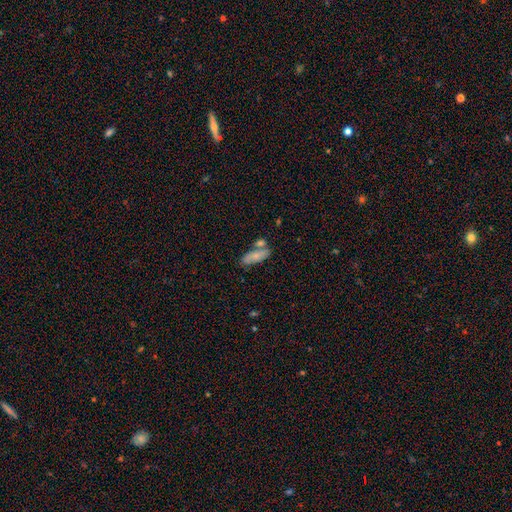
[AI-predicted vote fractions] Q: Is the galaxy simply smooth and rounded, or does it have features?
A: smooth — 70%.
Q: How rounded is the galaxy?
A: in between — 74%.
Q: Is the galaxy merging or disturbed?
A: none — 50%.